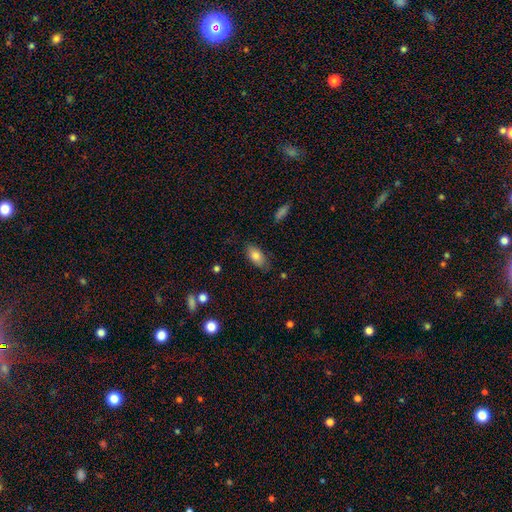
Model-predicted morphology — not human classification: Smooth or featured? Predicted: smooth (p=0.78). How rounded? Predicted: in between (p=0.91). Merging? Predicted: none (p=0.74).